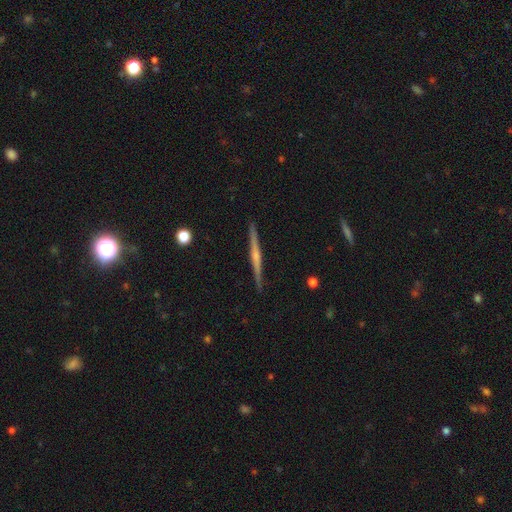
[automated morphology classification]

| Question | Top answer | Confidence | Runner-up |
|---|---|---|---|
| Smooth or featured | featured or disk | 74% | smooth (21%) |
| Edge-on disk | yes | 98% | no (2%) |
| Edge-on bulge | rounded | 61% | none (28%) |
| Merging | none | 92% | minor disturbance (6%) |